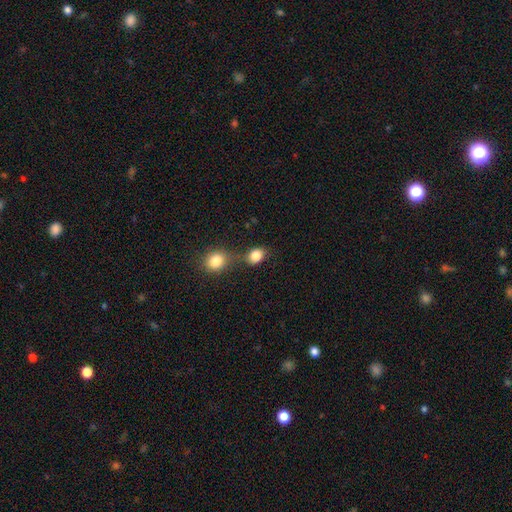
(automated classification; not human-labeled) A smooth galaxy with no disk features (84%) that is round (52%).

Vote fractions:
- Smooth or featured? smooth: 84% / star or artifact: 10% / featured or disk: 6%
- How rounded? round: 52% / in between: 47% / cigar-shaped: 1%
- Merging? none: 48% / merger: 35% / minor disturbance: 11% / major disturbance: 5%